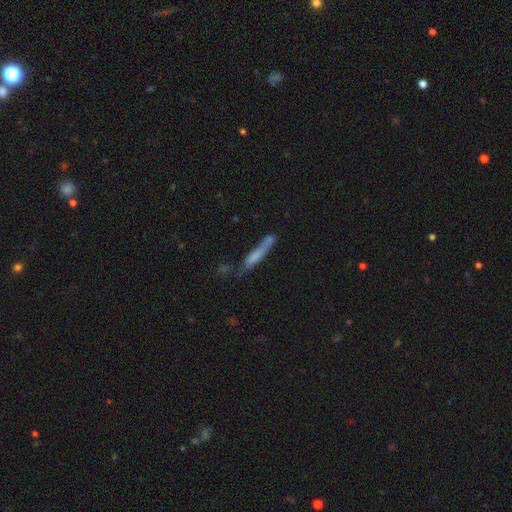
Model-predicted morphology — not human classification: smooth_or_featured: smooth (p=0.61) [alt: featured or disk p=0.30]
how_rounded: cigar-shaped (p=0.89) [alt: in between p=0.09]
merging: none (p=0.44) [alt: minor disturbance p=0.23]